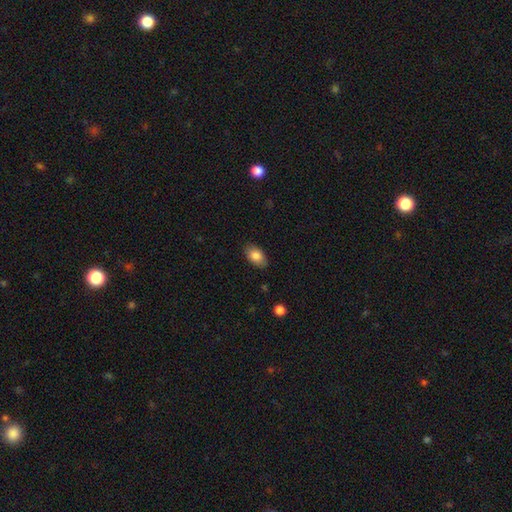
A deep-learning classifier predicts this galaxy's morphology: type=smooth (83%); roundness=in between (91%); merging=none (84%).